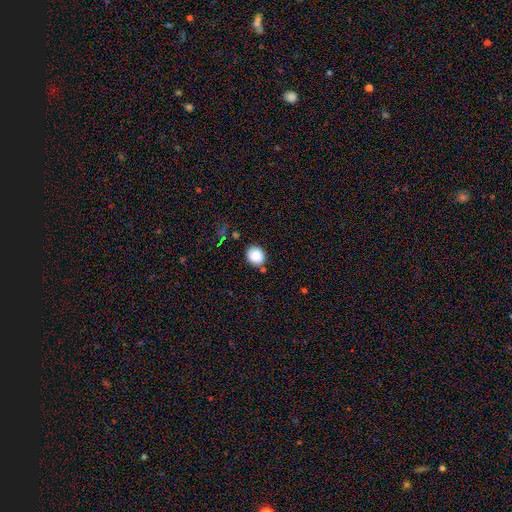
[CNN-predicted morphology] Overall: smooth (86%). How rounded: round (69%; in between 30%). Merging: none (80%).